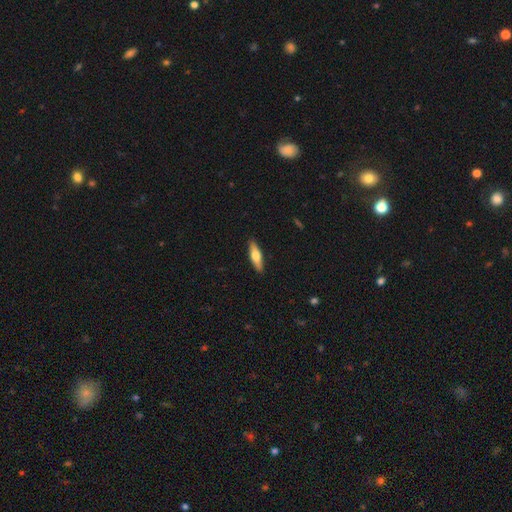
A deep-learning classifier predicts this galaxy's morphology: Q: Smooth or featured?
A: smooth (57%); runner-up: featured or disk (38%)
Q: How rounded?
A: cigar-shaped (62%); runner-up: in between (36%)
Q: Merging?
A: none (90%); runner-up: minor disturbance (8%)